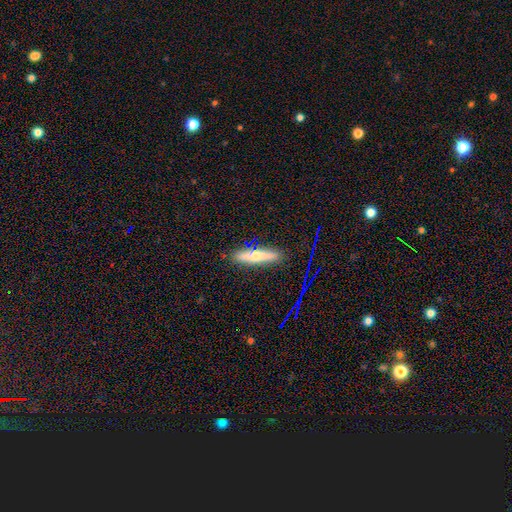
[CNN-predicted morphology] Smooth or featured? smooth (50%)
Merging? none (87%)